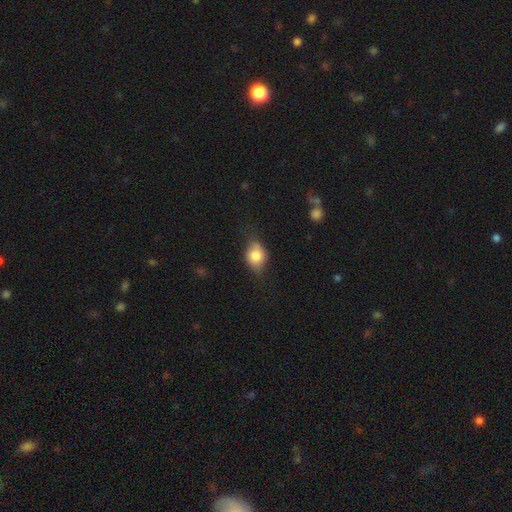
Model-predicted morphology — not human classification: Smooth or featured? Predicted: smooth (p=0.75). How rounded? Predicted: in between (p=0.52). Merging? Predicted: none (p=0.61).